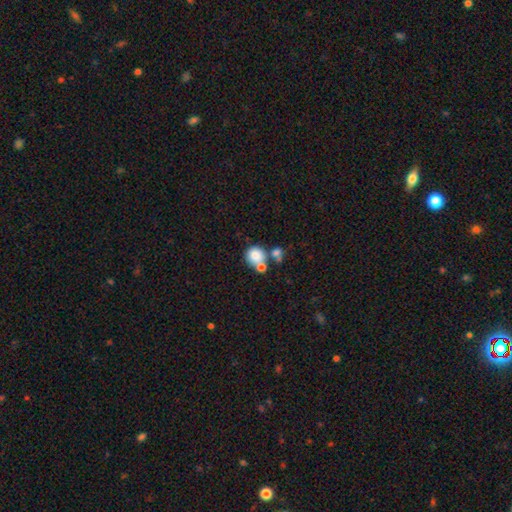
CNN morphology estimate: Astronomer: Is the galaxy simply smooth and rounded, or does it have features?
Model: smooth — 79%.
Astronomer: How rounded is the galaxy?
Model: round — 86%.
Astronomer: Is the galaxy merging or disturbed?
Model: none — 47% (runner-up: merger, 37%).